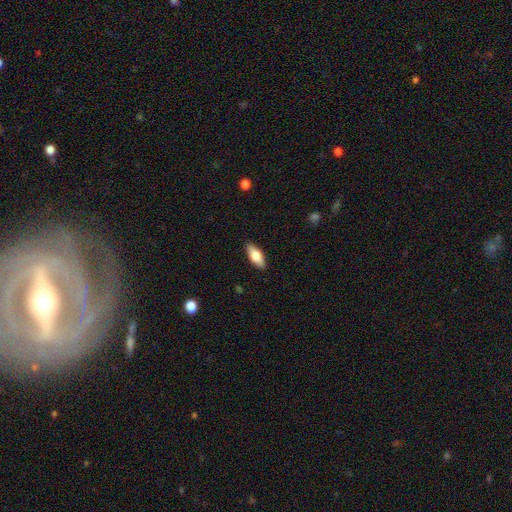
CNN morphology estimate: Smooth or featured? Predicted: smooth (p=0.72). How rounded? Predicted: in between (p=0.79). Merging? Predicted: none (p=0.89).